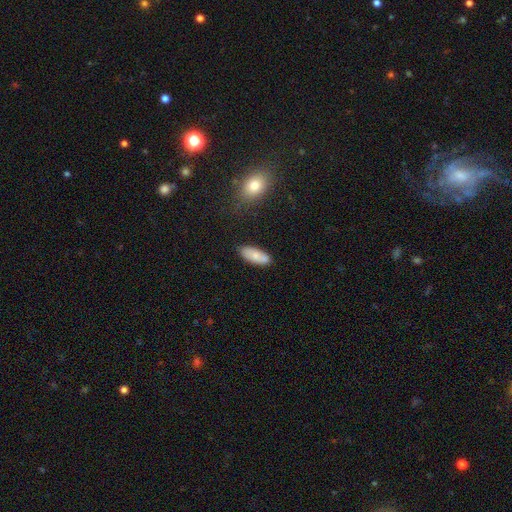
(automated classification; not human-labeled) Q: Smooth or featured?
A: smooth (77%); runner-up: featured or disk (17%)
Q: How rounded?
A: in between (82%); runner-up: cigar-shaped (16%)
Q: Merging?
A: none (78%); runner-up: minor disturbance (15%)